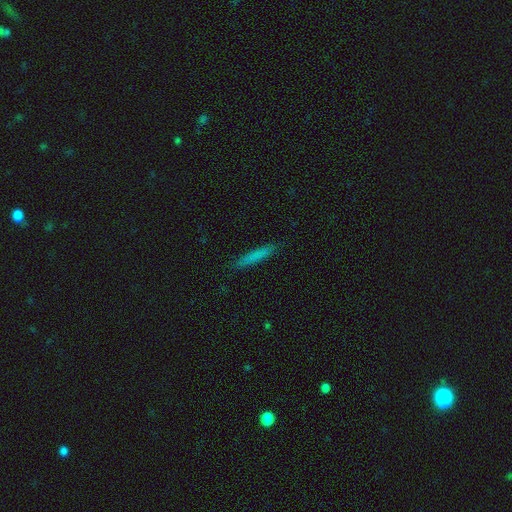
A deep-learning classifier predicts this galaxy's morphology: smooth-or-featured: smooth: 75% | featured or disk: 18% | star or artifact: 7%
  how-rounded: cigar-shaped: 94% | in between: 5% | round: 1%
  merging: none: 89% | minor disturbance: 8% | major disturbance: 2% | merger: 1%